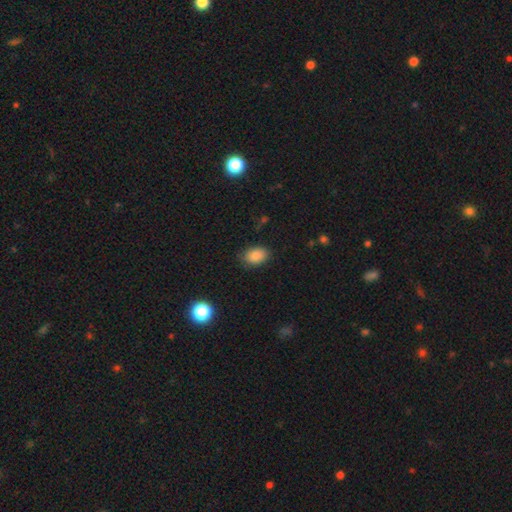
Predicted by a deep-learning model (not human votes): The model was most divided on "how rounded": in between: 80%, round: 19%, cigar-shaped: 1%. More confident: smooth or featured — smooth (87%); merging — none (80%).